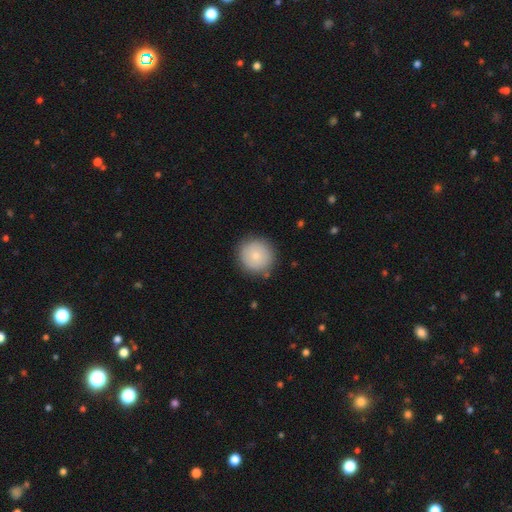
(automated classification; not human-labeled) A smooth galaxy with no disk features (79%) that is round (94%). Merging: none (85%).